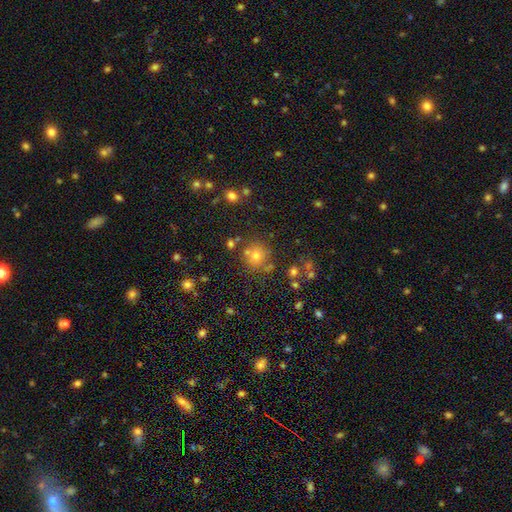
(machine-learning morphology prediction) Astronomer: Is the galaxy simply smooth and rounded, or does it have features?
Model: smooth — 66%.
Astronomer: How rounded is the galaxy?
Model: round — 89%.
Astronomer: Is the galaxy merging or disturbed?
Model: none — 76%.